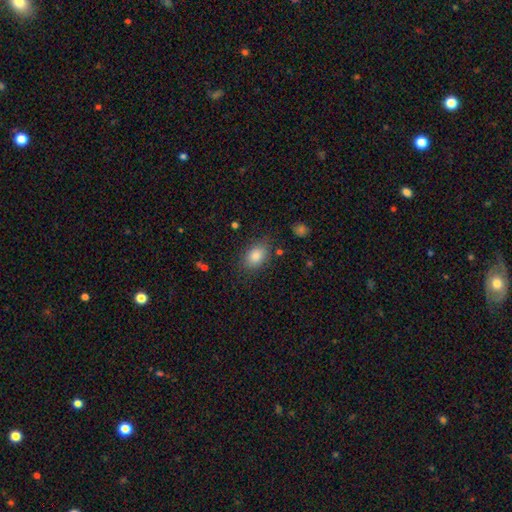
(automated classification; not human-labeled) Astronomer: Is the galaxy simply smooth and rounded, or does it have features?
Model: smooth — 83%.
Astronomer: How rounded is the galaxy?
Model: in between — 83%.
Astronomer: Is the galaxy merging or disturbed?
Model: none — 80%.